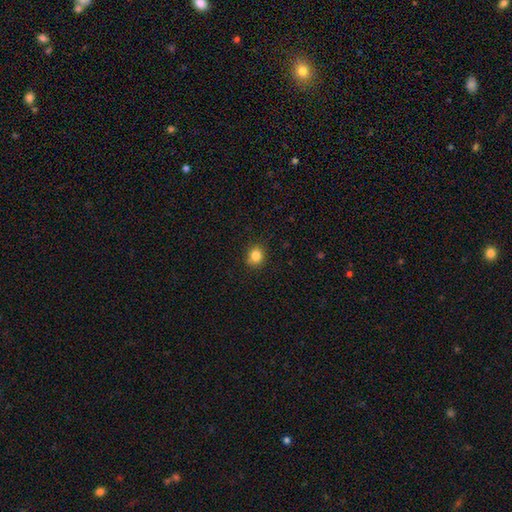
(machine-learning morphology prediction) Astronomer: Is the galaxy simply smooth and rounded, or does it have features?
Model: smooth — 84%.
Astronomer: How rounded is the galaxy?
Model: round — 78%.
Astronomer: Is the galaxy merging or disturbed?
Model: none — 86%.